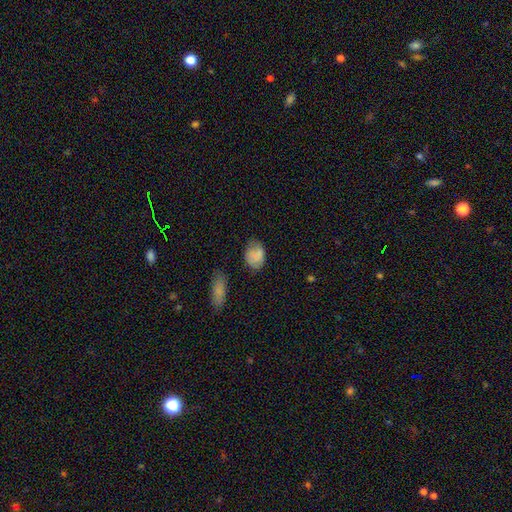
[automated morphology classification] A smooth galaxy with no disk features (76%) that is in between round and cigar-shaped (68%).

Vote fractions:
- Smooth or featured? smooth: 76% / featured or disk: 15% / star or artifact: 9%
- How rounded? in between: 68% / round: 31% / cigar-shaped: 1%
- Merging? none: 63% / minor disturbance: 27% / major disturbance: 8% / merger: 3%